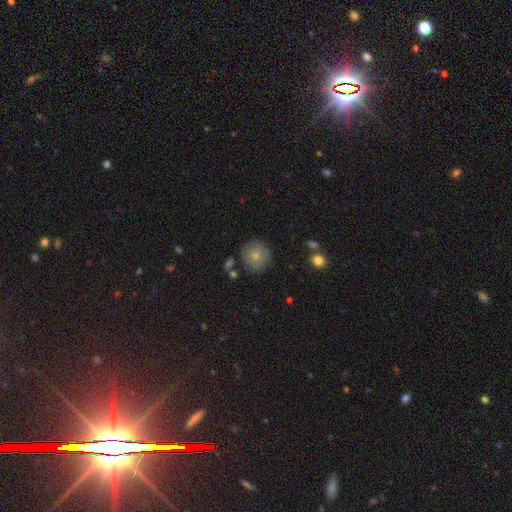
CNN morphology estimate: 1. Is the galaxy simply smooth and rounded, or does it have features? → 72% smooth, 20% featured or disk, 8% star or artifact.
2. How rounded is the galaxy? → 92% round, 7% in between, 1% cigar-shaped.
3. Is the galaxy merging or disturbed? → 78% none, 15% minor disturbance, 4% major disturbance, 3% merger.